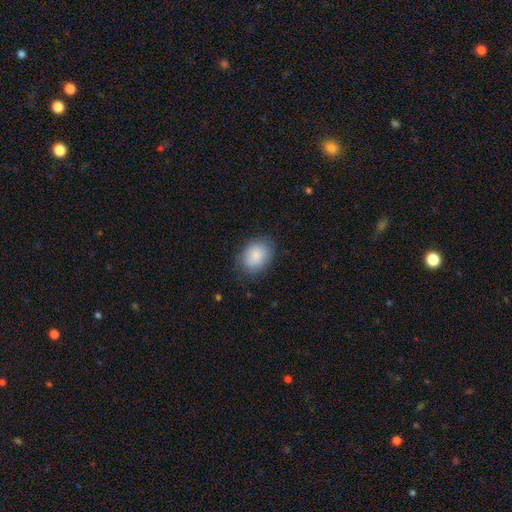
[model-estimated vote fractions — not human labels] This appears to be a smooth galaxy with no disk features (85%) that is in between round and cigar-shaped (61%). Merging: none (78%).